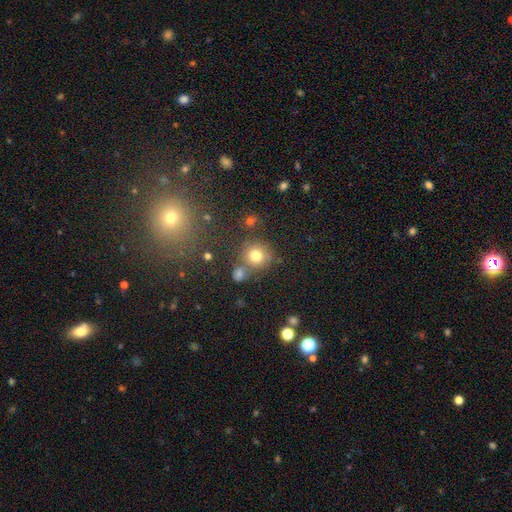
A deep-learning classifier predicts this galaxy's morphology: A smooth galaxy with no disk features (77%) that is round (89%). Merging: none (67%).